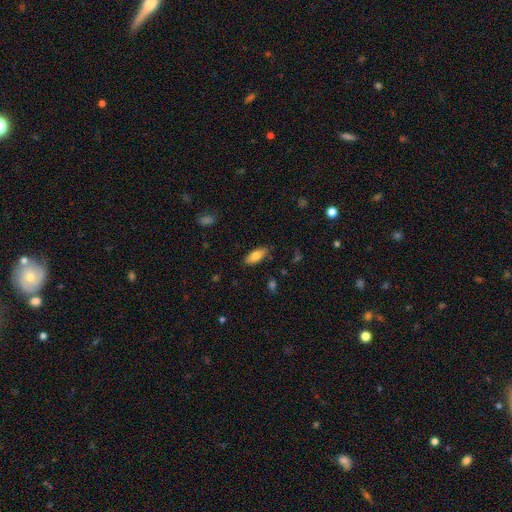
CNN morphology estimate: A smooth galaxy with no disk features (76%) that is in between round and cigar-shaped (80%). Merging: none (84%).